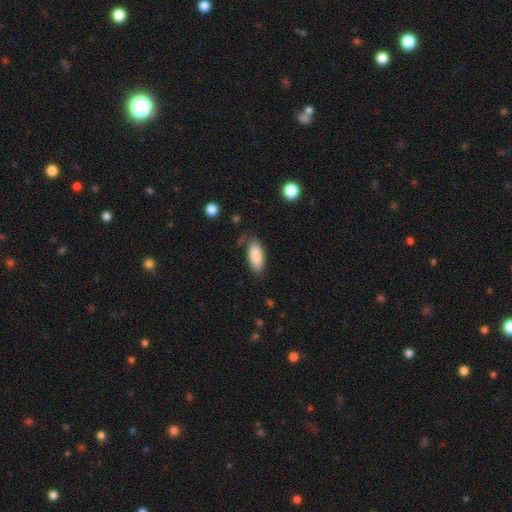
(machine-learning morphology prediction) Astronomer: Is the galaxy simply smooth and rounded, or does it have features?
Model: smooth — 86%.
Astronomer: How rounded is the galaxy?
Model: in between — 82%.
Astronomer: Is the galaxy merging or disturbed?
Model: none — 74%.